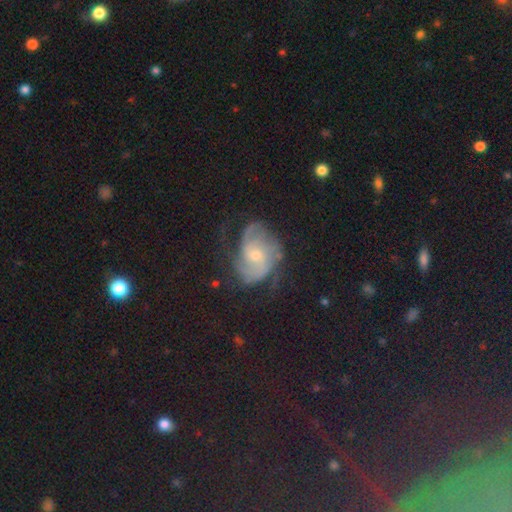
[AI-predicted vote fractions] featured or disk 80%, smooth 13%, star or artifact 8%. Down the decision tree: edge-on disk — no (98%); bar — no (65%); spiral arms — yes (93%); spiral arm count — 2 (36%); spiral winding — medium (43%); bulge size — small (55%); merging — none (56%).